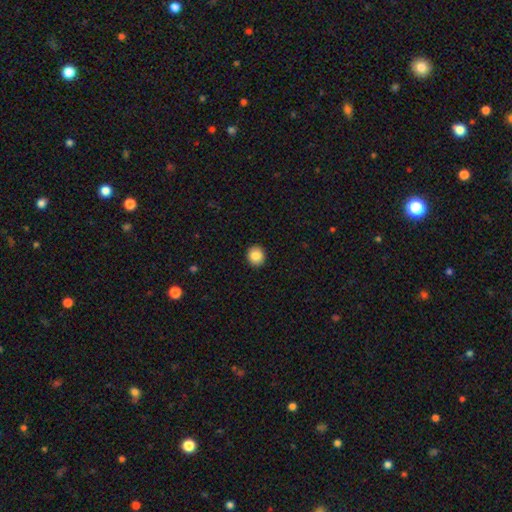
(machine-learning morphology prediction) type=smooth (86%); roundness=round (81%); merging=none (92%).